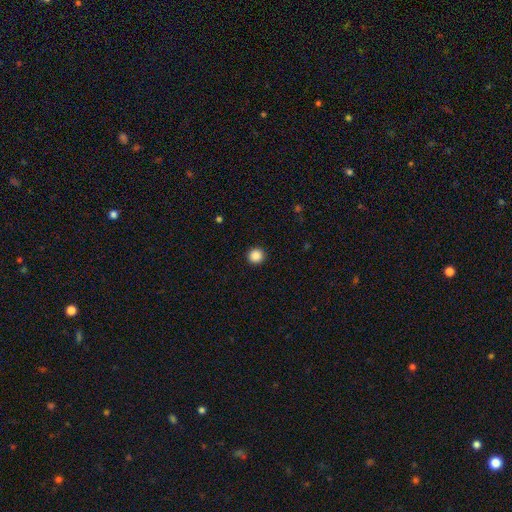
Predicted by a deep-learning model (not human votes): The model was most divided on "smooth or featured": smooth: 88%, star or artifact: 10%, featured or disk: 2%. More confident: how rounded — round (95%); merging — none (93%).